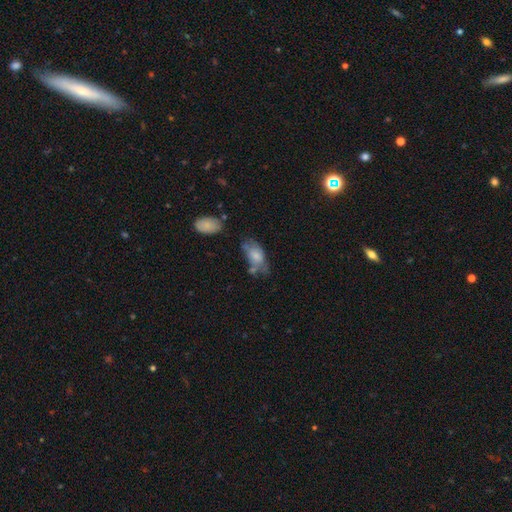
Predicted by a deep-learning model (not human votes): This appears to be a smooth galaxy with no disk features (73%) that is in between round and cigar-shaped (91%). Merging: none (40%).